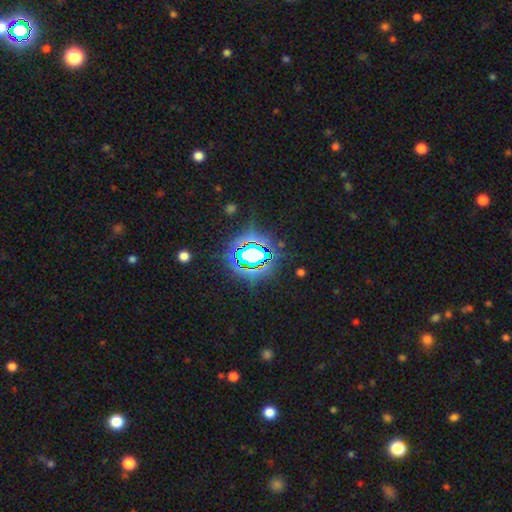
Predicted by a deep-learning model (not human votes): This is likely a star or artifact rather than a galaxy (76%).